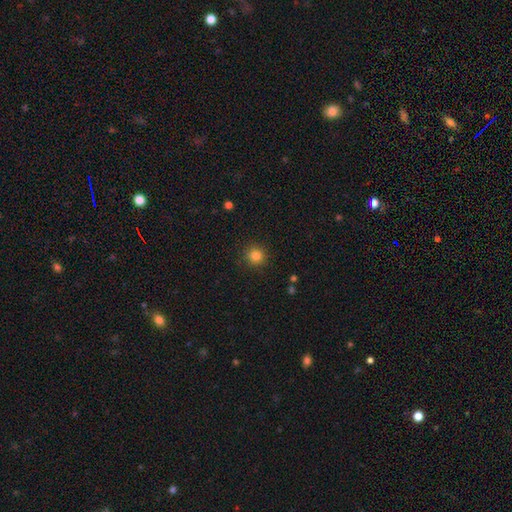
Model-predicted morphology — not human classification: Smooth or featured? Predicted: smooth (p=0.84). How rounded? Predicted: round (p=0.94). Merging? Predicted: none (p=0.90).